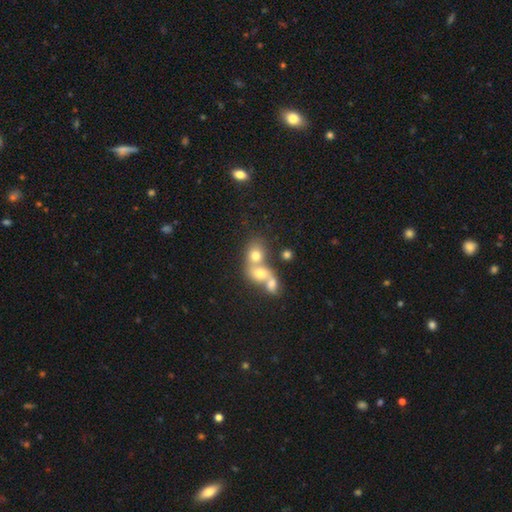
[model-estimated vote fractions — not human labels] Smooth or featured? smooth (68%)
How rounded? round (55%)
Merging? merger (68%)